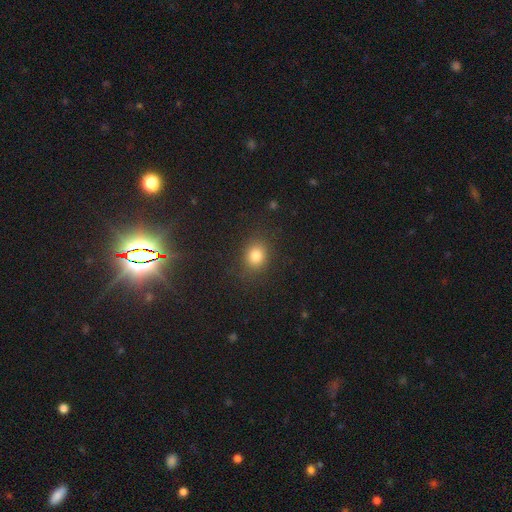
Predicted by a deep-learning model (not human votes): A smooth galaxy with no disk features (81%) that is round (62%).

Vote fractions:
- Smooth or featured? smooth: 81% / star or artifact: 13% / featured or disk: 6%
- How rounded? round: 62% / in between: 37% / cigar-shaped: 1%
- Merging? none: 85% / minor disturbance: 10% / major disturbance: 4% / merger: 1%